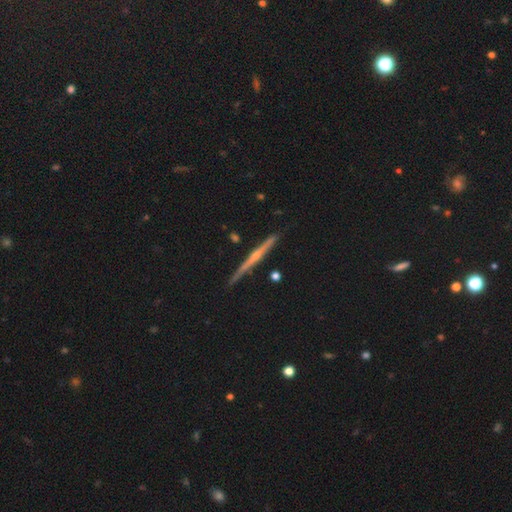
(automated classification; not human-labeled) smooth-or-featured: featured or disk: 77% | smooth: 18% | star or artifact: 6%
  disk-edge-on: yes: 98% | no: 2%
    edge-on-bulge: rounded: 68% | none: 27% | boxy: 5%
  merging: none: 88% | minor disturbance: 9% | merger: 2% | major disturbance: 2%